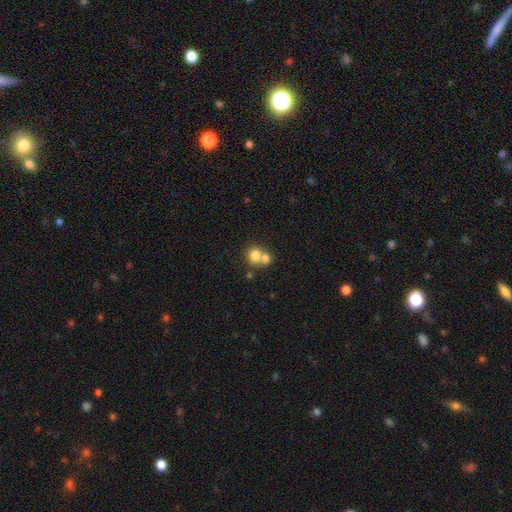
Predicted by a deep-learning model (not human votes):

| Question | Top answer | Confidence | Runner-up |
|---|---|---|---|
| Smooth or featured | smooth | 77% | featured or disk (13%) |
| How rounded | round | 73% | in between (26%) |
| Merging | merger | 56% | none (35%) |